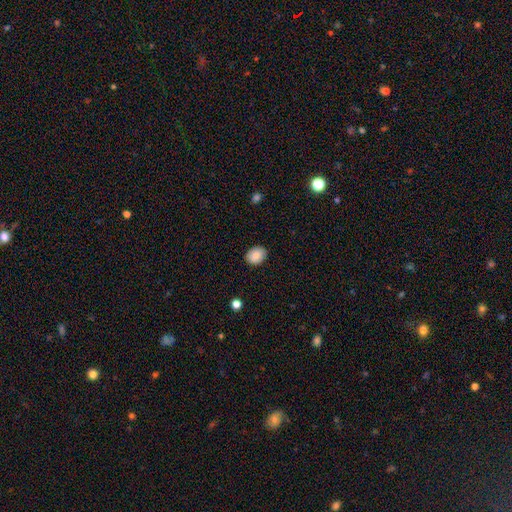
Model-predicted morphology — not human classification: This is clearly a smooth galaxy (88%). How rounded: possibly in between (57%). Merging: clearly none (87%).